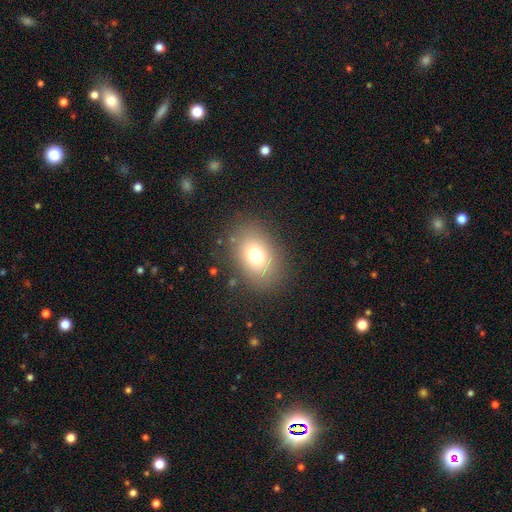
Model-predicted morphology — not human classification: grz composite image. It shows a smooth galaxy with no disk features (73%) that is in between round and cigar-shaped (73%). Merging: none (83%).